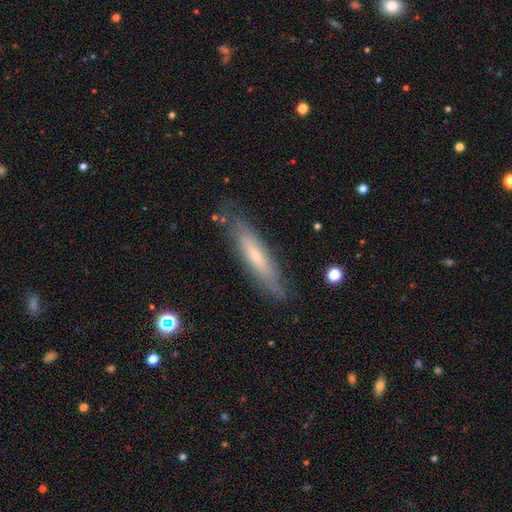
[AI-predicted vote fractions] This appears to be a featured or disk galaxy (48%). Merging: none (81%).